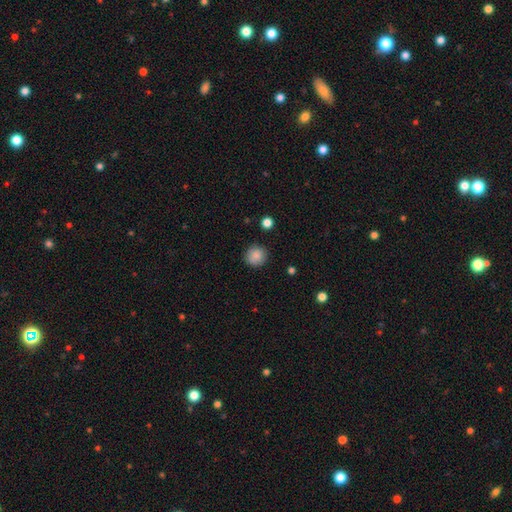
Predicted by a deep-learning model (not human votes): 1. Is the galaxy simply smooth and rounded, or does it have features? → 87% smooth, 9% star or artifact, 4% featured or disk.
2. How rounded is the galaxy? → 92% round, 7% in between, 1% cigar-shaped.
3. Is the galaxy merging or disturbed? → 88% none, 8% minor disturbance, 2% major disturbance, 1% merger.